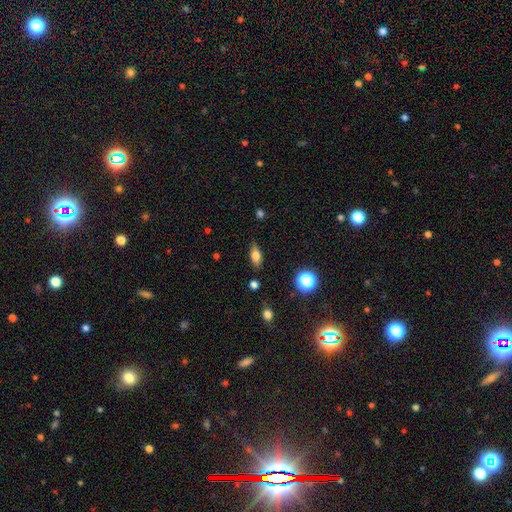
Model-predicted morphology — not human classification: smooth_or_featured: smooth (p=0.74) [alt: featured or disk p=0.15]
how_rounded: in between (p=0.78) [alt: cigar-shaped p=0.13]
merging: none (p=0.82) [alt: minor disturbance p=0.13]